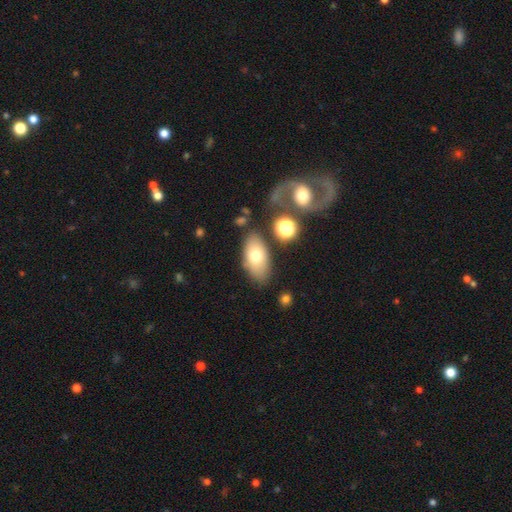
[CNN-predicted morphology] smooth-or-featured: smooth: 69% | featured or disk: 23% | star or artifact: 9%
  how-rounded: in between: 91% | round: 6% | cigar-shaped: 3%
  merging: none: 78% | minor disturbance: 13% | merger: 5% | major disturbance: 5%